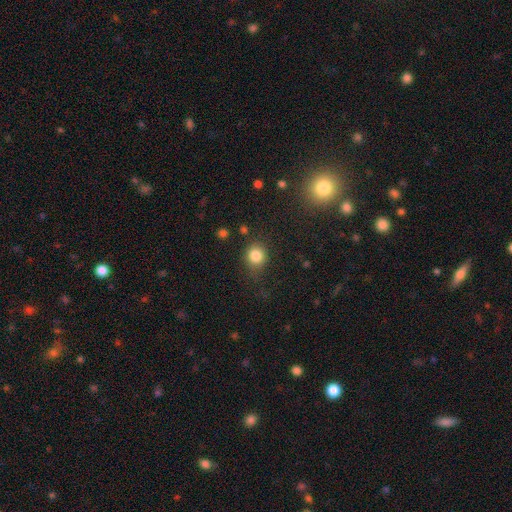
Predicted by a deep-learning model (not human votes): smooth 83%, star or artifact 11%, featured or disk 6%. Down the decision tree: how rounded — round (77%); merging — none (73%).